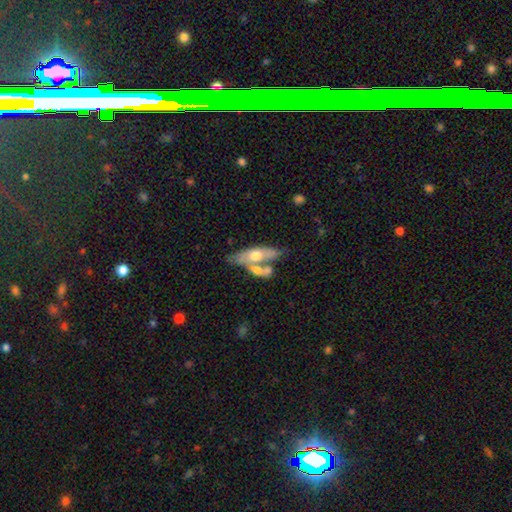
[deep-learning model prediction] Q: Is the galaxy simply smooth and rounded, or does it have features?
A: featured or disk — 53%.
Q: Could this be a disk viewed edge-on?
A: no — 52%.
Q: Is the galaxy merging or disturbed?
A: none — 41%.